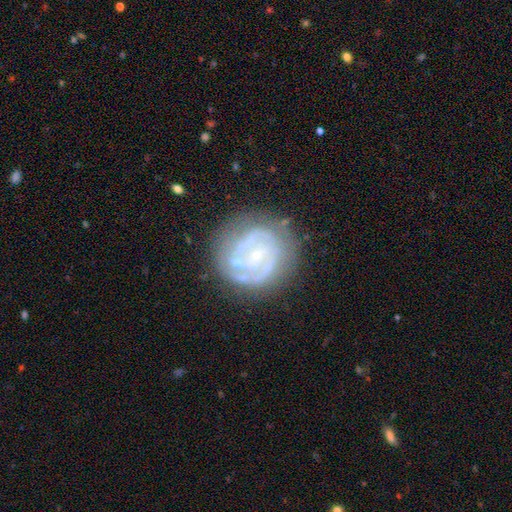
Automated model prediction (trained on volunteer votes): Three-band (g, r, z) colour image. It shows a featured or disk galaxy (79%) with no bar (58%), 2 (33%, tied with can't tell) tight (66%) spiral arms (85%) and a small central bulge (79%). Merging: none (70%).